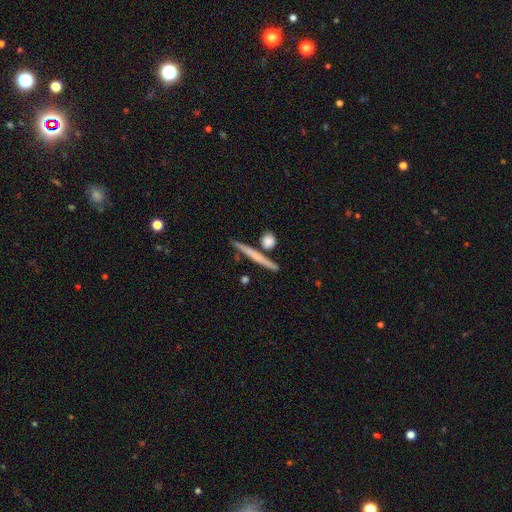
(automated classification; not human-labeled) Smooth or featured?
  - smooth: 52% *
  - featured or disk: 41%
  - star or artifact: 7%
How rounded?
  - cigar-shaped: 91% *
  - round: 5%
  - in between: 4%
Merging?
  - none: 83% *
  - minor disturbance: 7%
  - merger: 7%
  - major disturbance: 2%